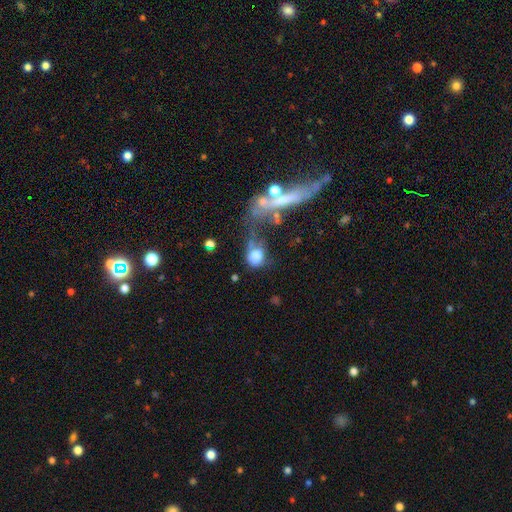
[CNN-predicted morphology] smooth-or-featured: smooth: 65% | featured or disk: 21% | star or artifact: 13%
  how-rounded: round: 49% | in between: 47% | cigar-shaped: 4%
  merging: merger: 31% | major disturbance: 28% | none: 24% | minor disturbance: 17%